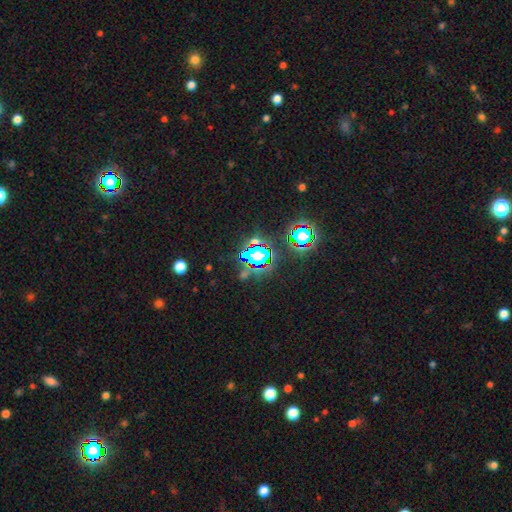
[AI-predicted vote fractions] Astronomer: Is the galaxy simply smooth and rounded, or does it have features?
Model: star or artifact — 78%.